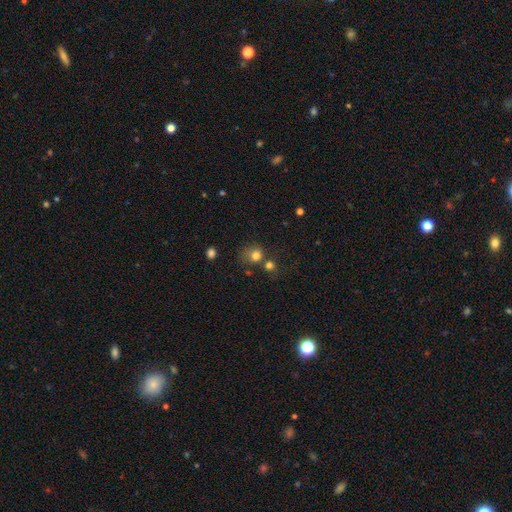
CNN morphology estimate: Smooth or featured?
  - smooth: 77% *
  - star or artifact: 14%
  - featured or disk: 9%
How rounded?
  - round: 75% *
  - in between: 24%
  - cigar-shaped: 1%
Merging?
  - none: 48% *
  - merger: 25%
  - minor disturbance: 17%
  - major disturbance: 10%